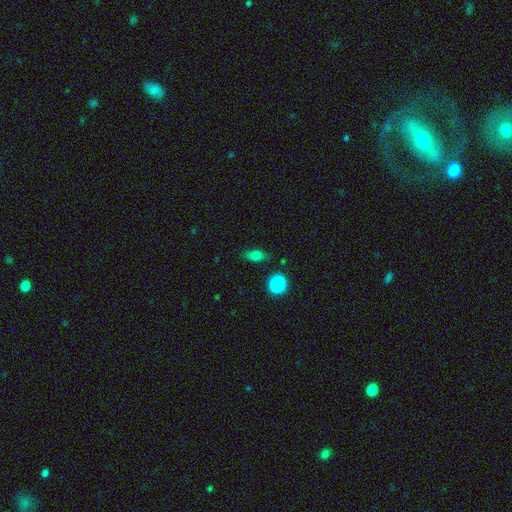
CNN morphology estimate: Smooth or featured? smooth (72%)
How rounded? in between (73%)
Merging? none (81%)